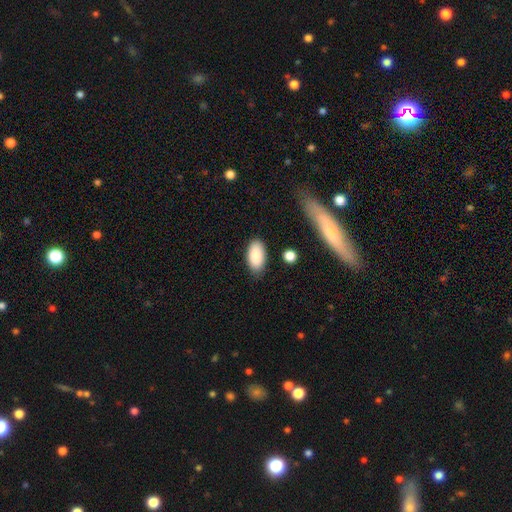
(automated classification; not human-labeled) smooth-or-featured: smooth: 88% | star or artifact: 7% | featured or disk: 6%
  how-rounded: in between: 94% | round: 3% | cigar-shaped: 3%
  merging: none: 82% | minor disturbance: 13% | major disturbance: 3% | merger: 2%